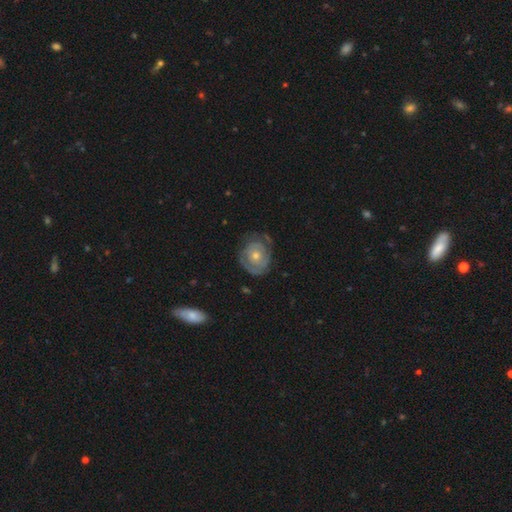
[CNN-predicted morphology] Smooth or featured: featured or disk — 71% (smooth — 22%)
Edge-on disk: no — 96% (yes — 4%)
Bar: no — 84% (weak — 13%)
Spiral arms: yes — 77% (no — 23%)
Spiral winding: tight — 73% (medium — 20%)
Spiral arm count: can't tell — 43% (2 — 33%)
Bulge size: moderate — 49% (small — 47%)
Merging: none — 69% (minor disturbance — 20%)